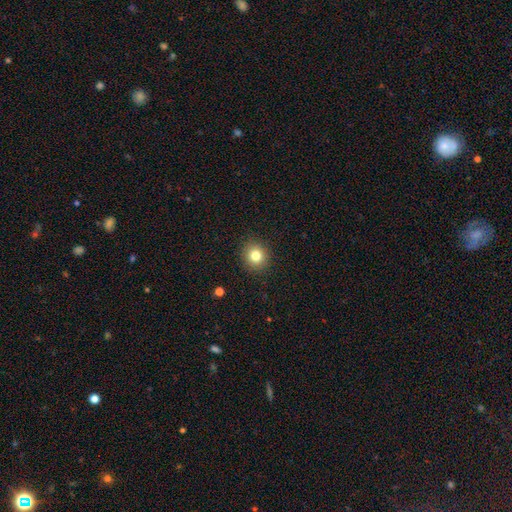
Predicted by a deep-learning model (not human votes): Smooth or featured? smooth (81%)
How rounded? round (88%)
Merging? none (91%)